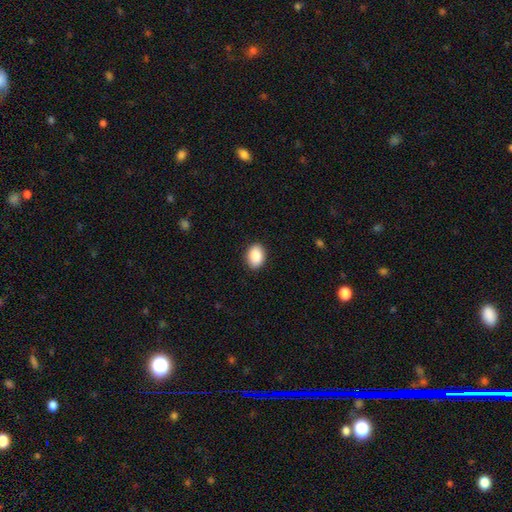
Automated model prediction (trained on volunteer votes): A smooth galaxy with no disk features (89%) that is in between round and cigar-shaped (74%).

Vote fractions:
- Smooth or featured? smooth: 89% / star or artifact: 7% / featured or disk: 4%
- How rounded? in between: 74% / round: 25% / cigar-shaped: 1%
- Merging? none: 89% / minor disturbance: 8% / major disturbance: 2% / merger: 1%